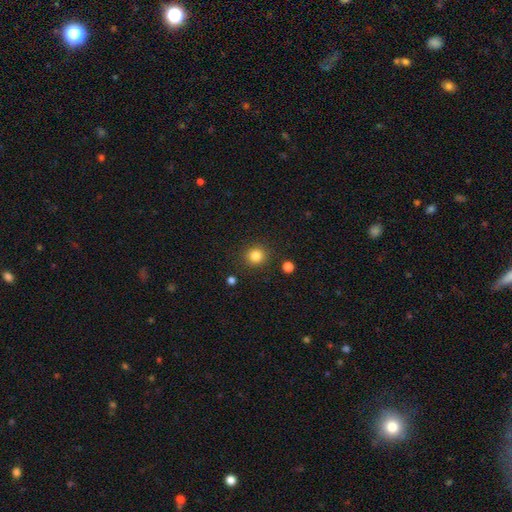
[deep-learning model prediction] smooth 83%, star or artifact 12%, featured or disk 5%. Down the decision tree: how rounded — round (91%); merging — none (89%).